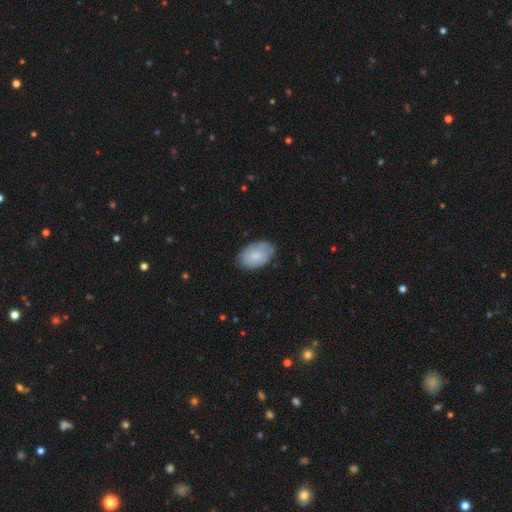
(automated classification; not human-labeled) Q: Smooth or featured?
A: smooth (77%); runner-up: featured or disk (17%)
Q: How rounded?
A: in between (90%); runner-up: round (9%)
Q: Merging?
A: none (72%); runner-up: minor disturbance (22%)